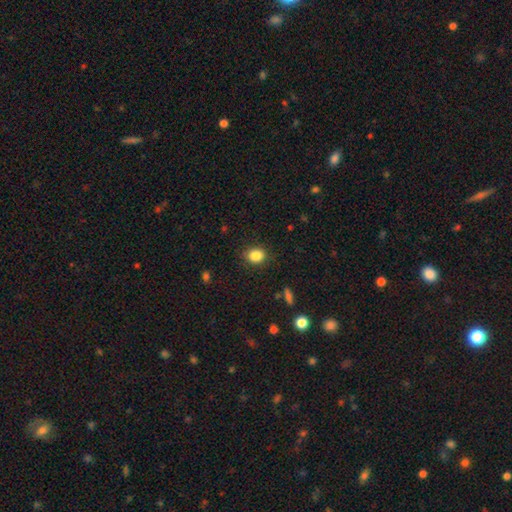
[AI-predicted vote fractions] Smooth or featured? Predicted: smooth (p=0.86). How rounded? Predicted: round (p=0.58). Merging? Predicted: none (p=0.85).